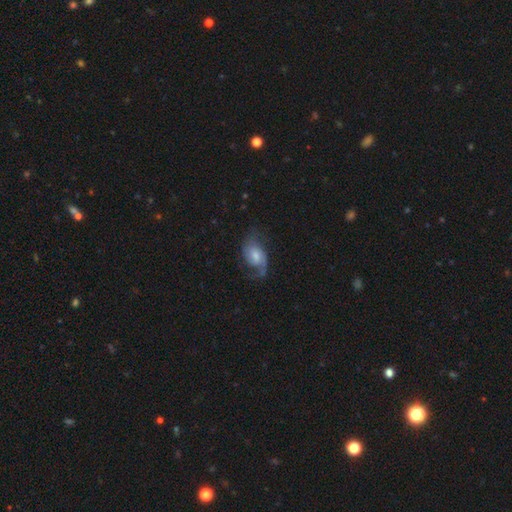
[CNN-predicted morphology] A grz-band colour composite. It shows a featured or disk galaxy (74%) with no bar (49%), 2 (66%) loose (42%) spiral arms (93%) and a moderate central bulge (48%). Merging: none (56%).